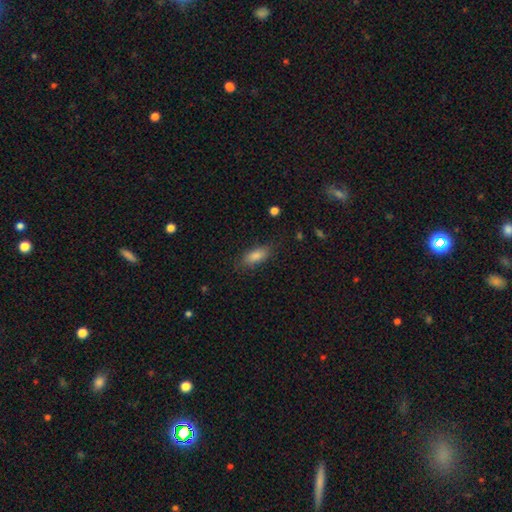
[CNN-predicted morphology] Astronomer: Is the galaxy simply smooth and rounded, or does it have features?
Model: smooth — 81%.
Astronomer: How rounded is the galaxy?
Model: in between — 75%.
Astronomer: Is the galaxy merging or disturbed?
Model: none — 83%.